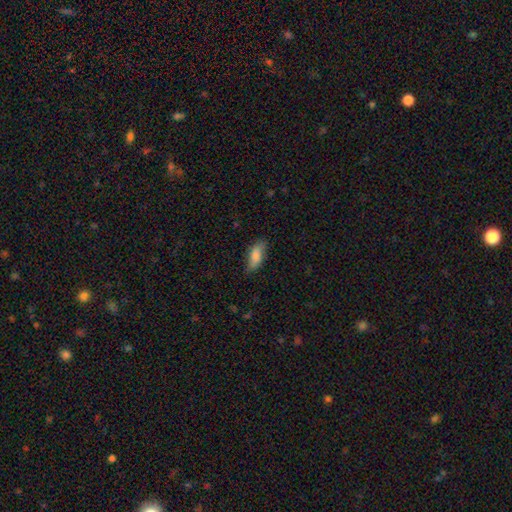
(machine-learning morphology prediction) The model was most divided on "how rounded": in between: 77%, cigar-shaped: 21%, round: 2%. More confident: smooth or featured — smooth (83%); merging — none (76%).